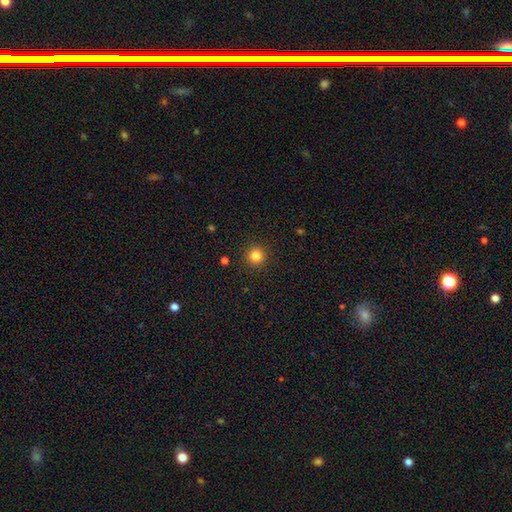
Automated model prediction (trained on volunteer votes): smooth-or-featured: smooth: 83% | star or artifact: 13% | featured or disk: 5%
  how-rounded: round: 96% | in between: 4% | cigar-shaped: 1%
  merging: none: 92% | minor disturbance: 5% | major disturbance: 2% | merger: 1%